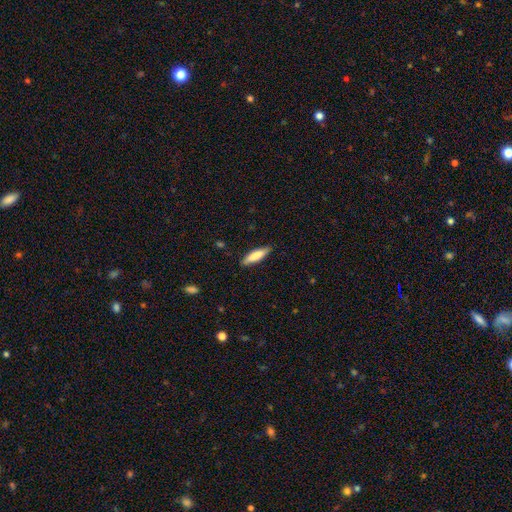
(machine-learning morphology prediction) Overall: smooth (79%). How rounded: cigar-shaped (61%; in between 38%). Merging: none (86%).